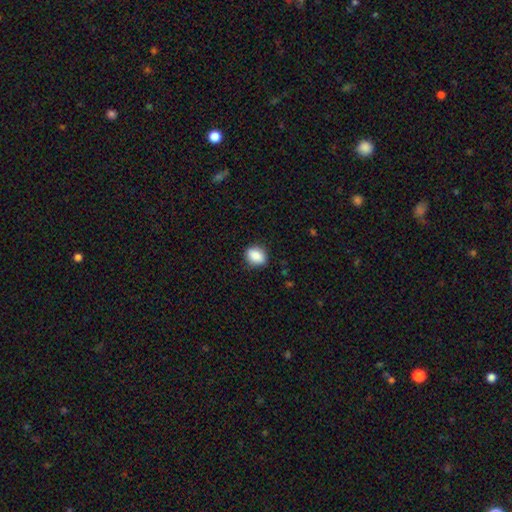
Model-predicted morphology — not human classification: A smooth galaxy with no disk features (88%) that is in between round and cigar-shaped (59%). Merging: none (84%).